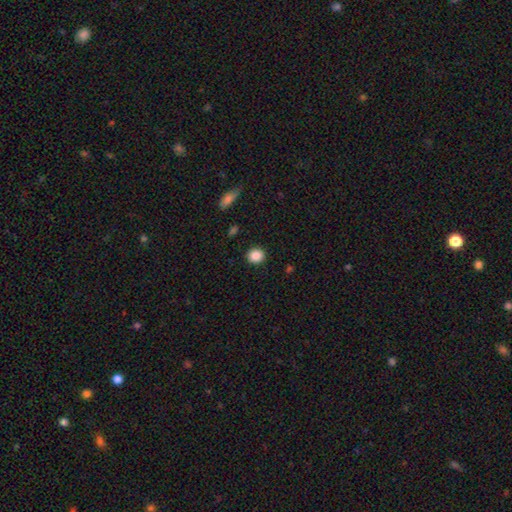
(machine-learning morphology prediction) smooth 87%, star or artifact 9%, featured or disk 4%. Down the decision tree: how rounded — round (85%); merging — none (91%).